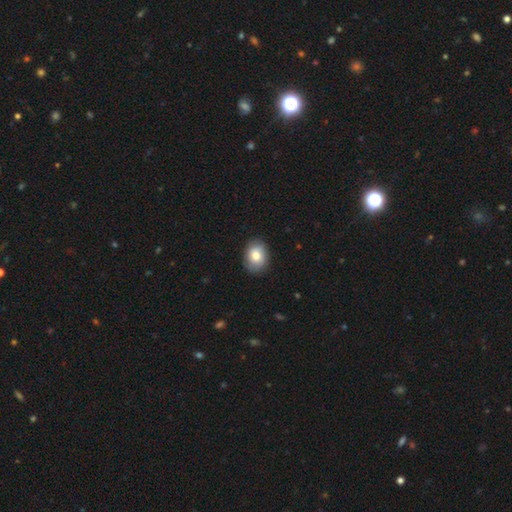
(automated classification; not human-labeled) smooth_or_featured: smooth (p=0.77) [alt: featured or disk p=0.15]
how_rounded: in between (p=0.57) [alt: round p=0.42]
merging: none (p=0.85) [alt: minor disturbance p=0.11]